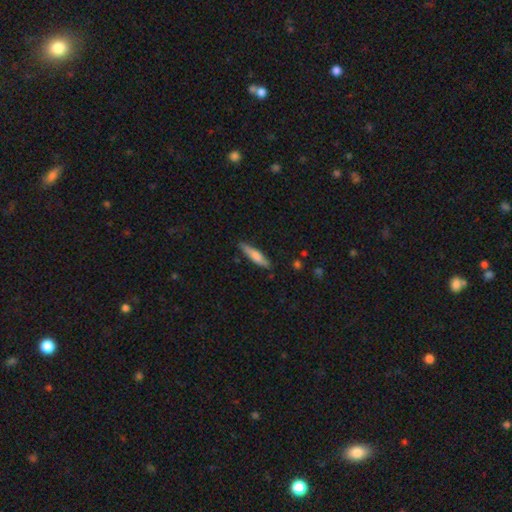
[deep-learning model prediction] Morphology: type=smooth (71%); roundness=cigar-shaped (81%); merging=none (83%).